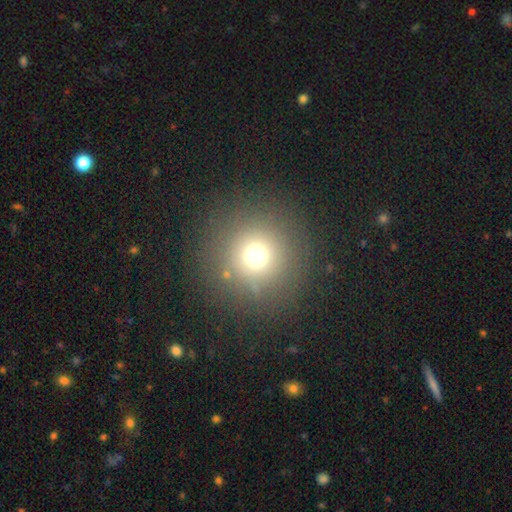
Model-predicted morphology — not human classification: Q: Smooth or featured?
A: smooth (69%); runner-up: star or artifact (22%)
Q: How rounded?
A: round (95%); runner-up: in between (4%)
Q: Merging?
A: none (86%); runner-up: minor disturbance (7%)